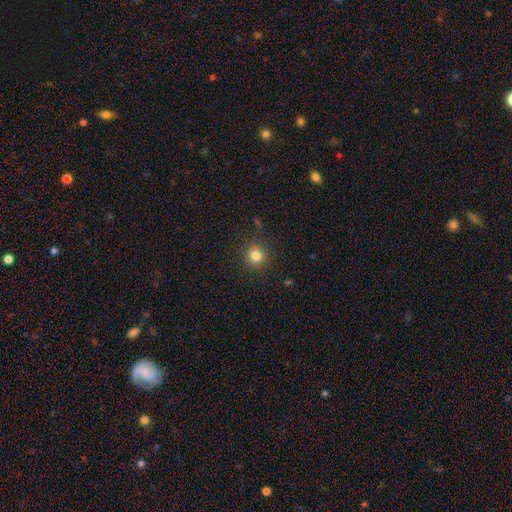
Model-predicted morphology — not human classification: Q: Smooth or featured?
A: smooth (81%); runner-up: star or artifact (13%)
Q: How rounded?
A: round (92%); runner-up: in between (7%)
Q: Merging?
A: none (87%); runner-up: minor disturbance (8%)